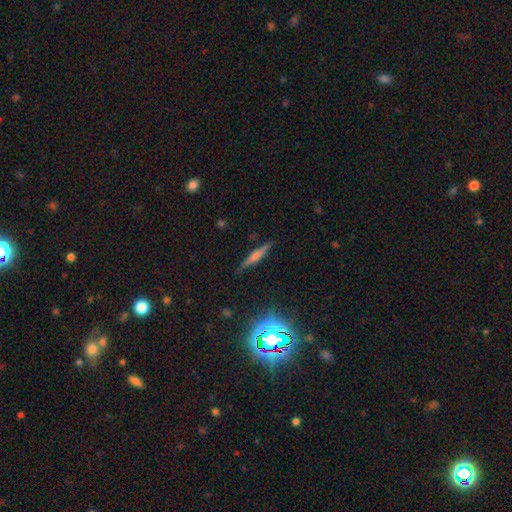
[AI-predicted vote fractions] Smooth or featured: featured or disk — 46% (smooth — 40%)
Merging: none — 86% (minor disturbance — 10%)